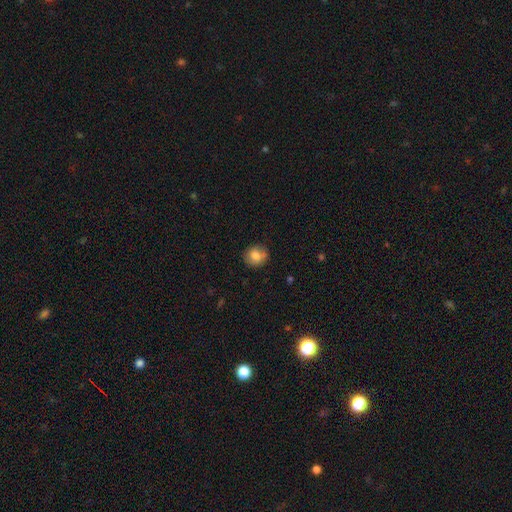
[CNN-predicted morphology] type=smooth (78%); roundness=round (78%); merging=none (78%).